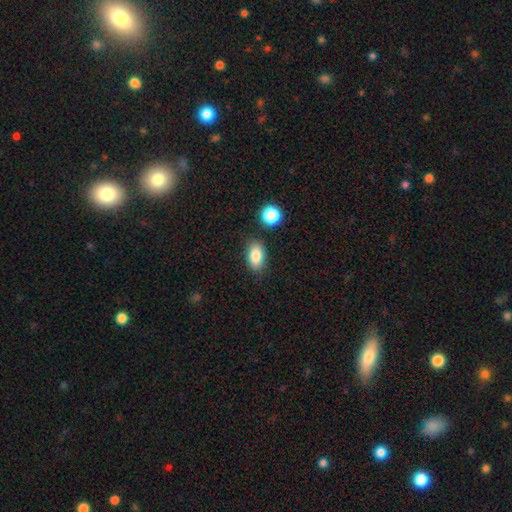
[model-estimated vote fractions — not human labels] Smooth or featured? Predicted: smooth (p=0.85). How rounded? Predicted: in between (p=0.89). Merging? Predicted: none (p=0.81).